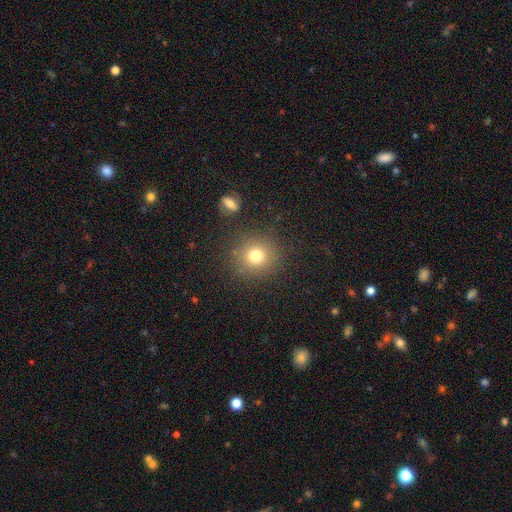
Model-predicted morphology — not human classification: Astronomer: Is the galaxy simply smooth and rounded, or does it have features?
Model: smooth — 75%.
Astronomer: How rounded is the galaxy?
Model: round — 90%.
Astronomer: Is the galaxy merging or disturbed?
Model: none — 86%.